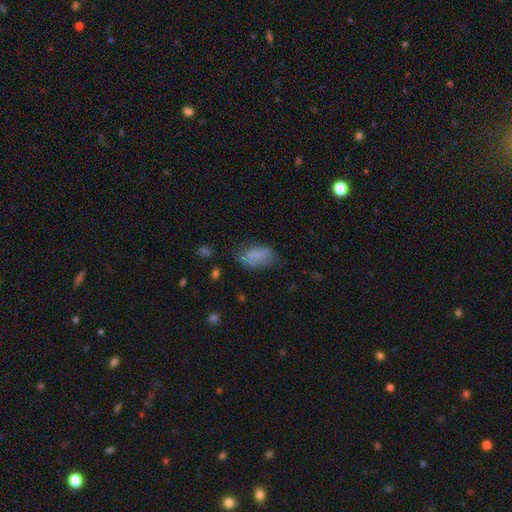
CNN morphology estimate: A smooth galaxy with no disk features (79%) that is in between round and cigar-shaped (91%). Merging: none (62%).